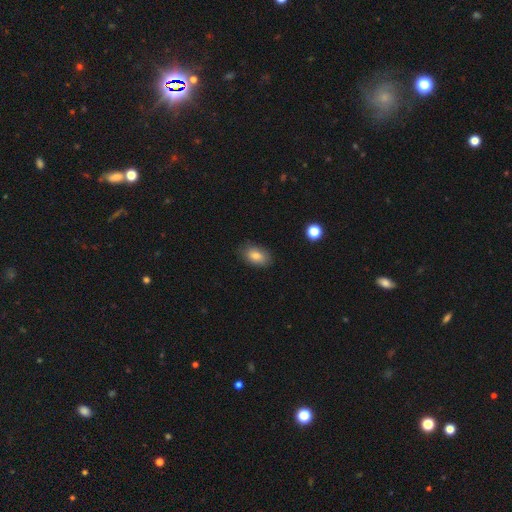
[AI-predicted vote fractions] smooth_or_featured: smooth (p=0.82) [alt: featured or disk p=0.10]
how_rounded: in between (p=0.89) [alt: round p=0.09]
merging: none (p=0.83) [alt: minor disturbance p=0.13]